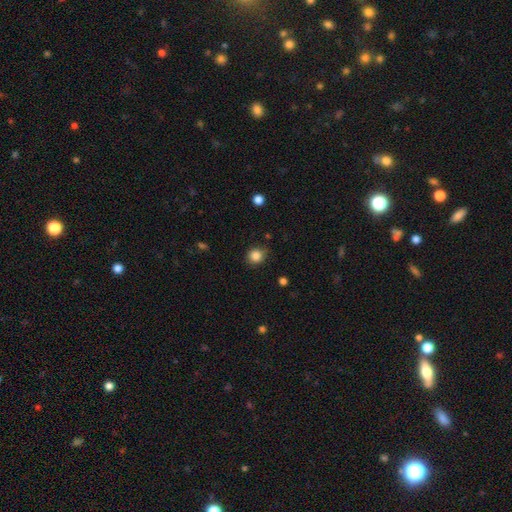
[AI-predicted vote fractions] Smooth or featured: smooth — 85% (star or artifact — 11%)
How rounded: round — 82% (in between — 17%)
Merging: none — 81% (minor disturbance — 14%)